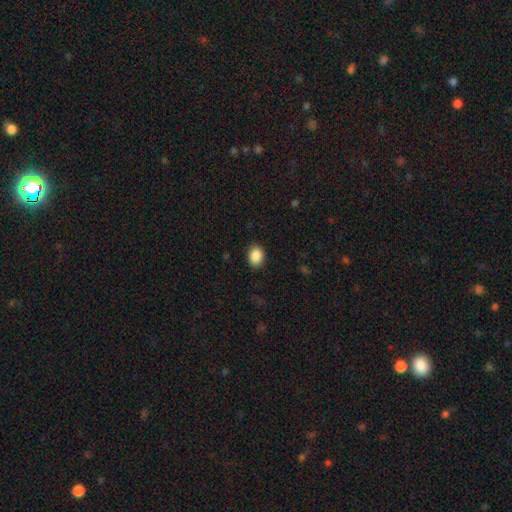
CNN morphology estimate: Overall: smooth (89%). How rounded: in between (57%; round 43%). Merging: none (88%).